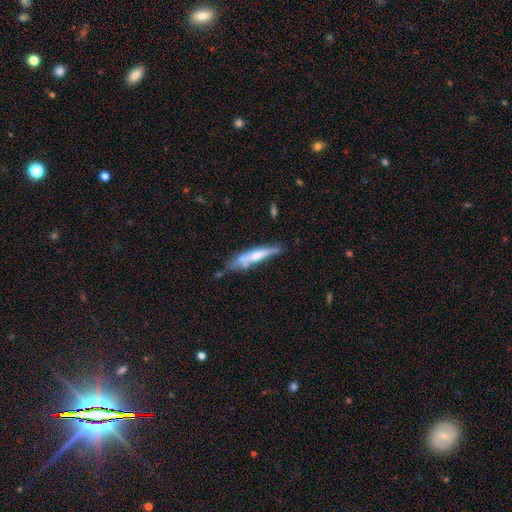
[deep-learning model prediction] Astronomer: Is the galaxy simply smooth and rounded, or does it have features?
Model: featured or disk — 51% (runner-up: smooth, 40%).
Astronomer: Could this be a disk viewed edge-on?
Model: yes — 81%.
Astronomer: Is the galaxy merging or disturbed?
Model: none — 60%.